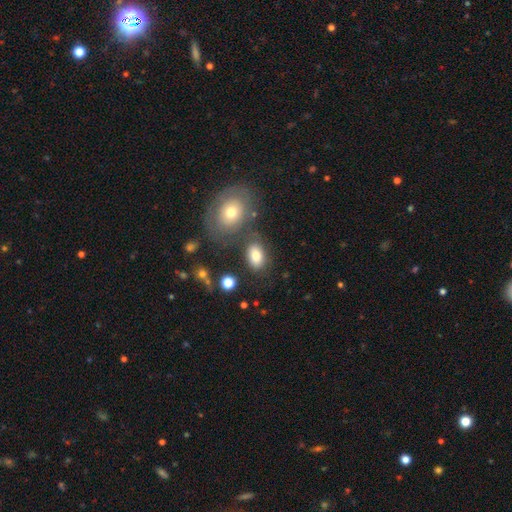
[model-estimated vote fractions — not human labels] The model was most divided on "merging": none: 68%, minor disturbance: 15%, merger: 11%, major disturbance: 6%. More confident: how rounded — in between (86%); smooth or featured — smooth (79%).